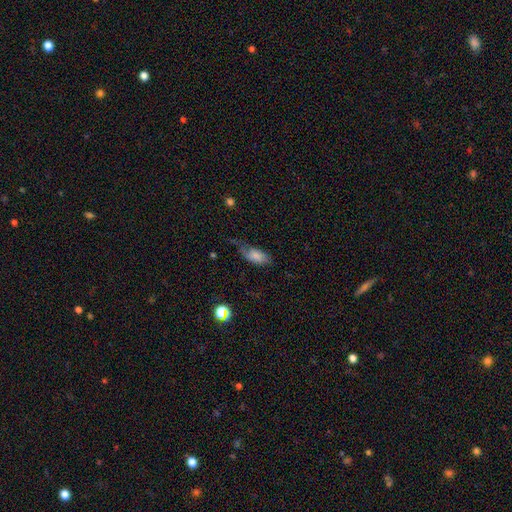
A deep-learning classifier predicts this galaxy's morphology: The model was most divided on "merging": none: 41%, minor disturbance: 36%, major disturbance: 19%, merger: 3%. More confident: how rounded — in between (87%); smooth or featured — smooth (73%).